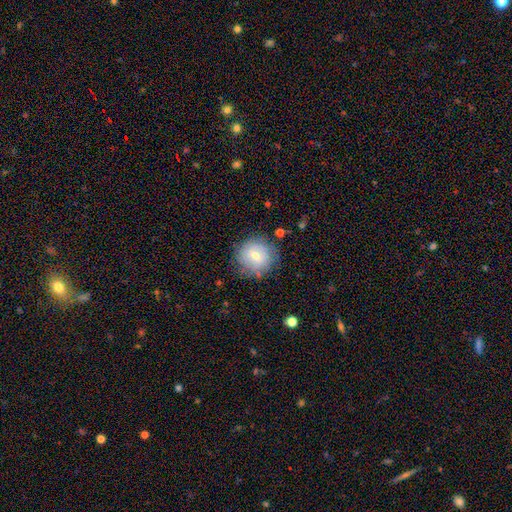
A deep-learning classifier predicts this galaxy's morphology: smooth-or-featured: smooth: 62% | featured or disk: 29% | star or artifact: 9%
  how-rounded: round: 91% | in between: 8% | cigar-shaped: 1%
  merging: none: 77% | minor disturbance: 15% | major disturbance: 5% | merger: 2%